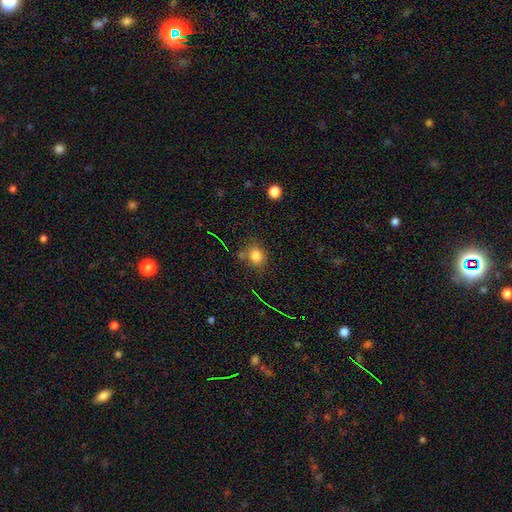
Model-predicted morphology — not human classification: Smooth or featured?
  - smooth: 79% *
  - star or artifact: 14%
  - featured or disk: 7%
How rounded?
  - round: 65% *
  - in between: 34%
  - cigar-shaped: 1%
Merging?
  - none: 72% *
  - minor disturbance: 15%
  - merger: 9%
  - major disturbance: 4%